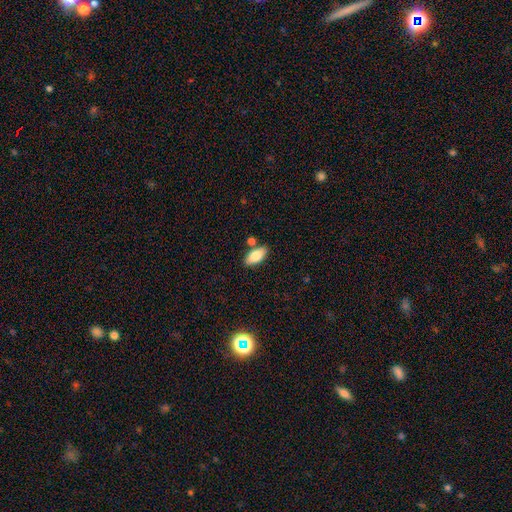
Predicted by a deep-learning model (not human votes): A smooth galaxy with no disk features (82%) that is in between round and cigar-shaped (88%).

Vote fractions:
- Smooth or featured? smooth: 82% / featured or disk: 11% / star or artifact: 6%
- How rounded? in between: 88% / cigar-shaped: 9% / round: 3%
- Merging? none: 76% / minor disturbance: 12% / merger: 10% / major disturbance: 3%